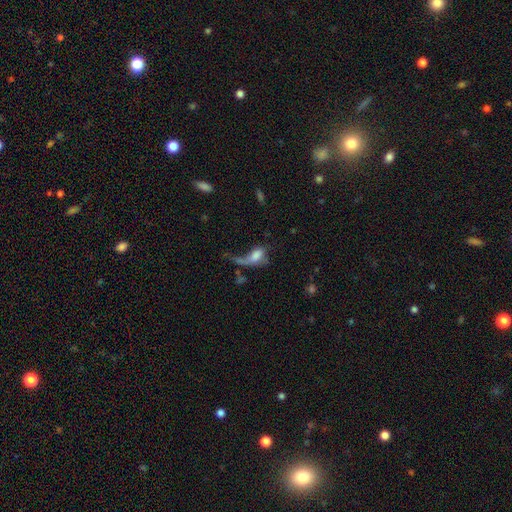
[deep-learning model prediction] This is possibly a smooth galaxy (53%). How rounded: likely in between (80%). Merging: possibly major disturbance (54%).